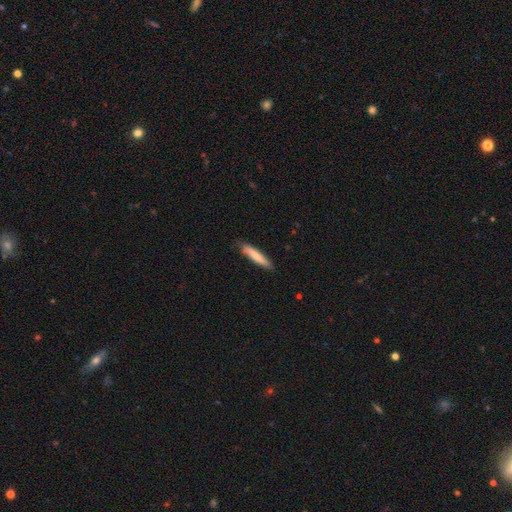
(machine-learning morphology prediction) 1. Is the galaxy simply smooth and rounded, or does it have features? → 78% smooth, 16% featured or disk, 5% star or artifact.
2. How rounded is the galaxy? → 89% cigar-shaped, 10% in between, 1% round.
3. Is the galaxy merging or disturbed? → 83% none, 14% minor disturbance, 2% major disturbance, 1% merger.